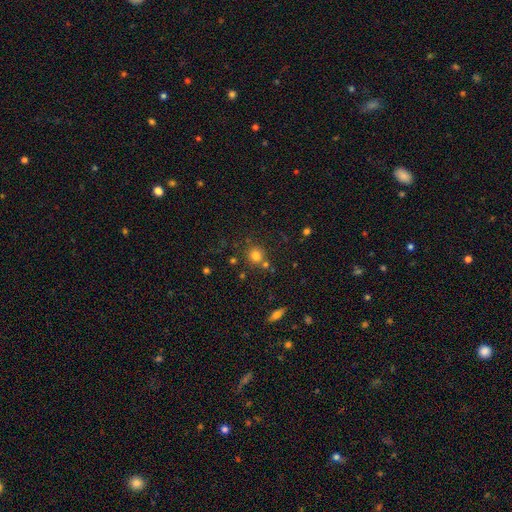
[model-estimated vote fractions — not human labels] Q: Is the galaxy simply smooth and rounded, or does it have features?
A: smooth — 77%.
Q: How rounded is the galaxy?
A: round — 86%.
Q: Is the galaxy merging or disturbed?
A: none — 70%.